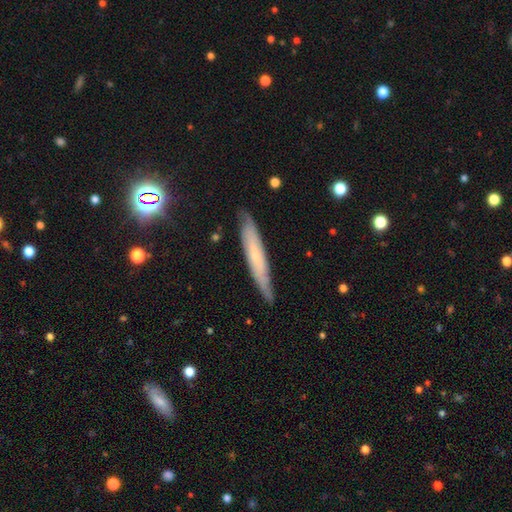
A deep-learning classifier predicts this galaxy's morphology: This appears to be a featured or disk galaxy (46%). Merging: none (85%).